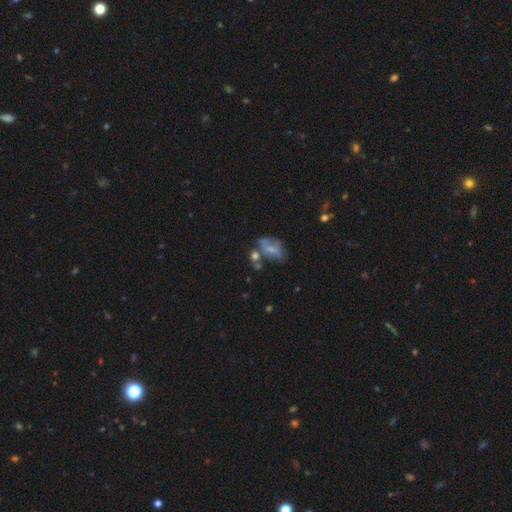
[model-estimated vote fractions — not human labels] This appears to be a smooth galaxy with no disk features (49%). Merging: none (45%).